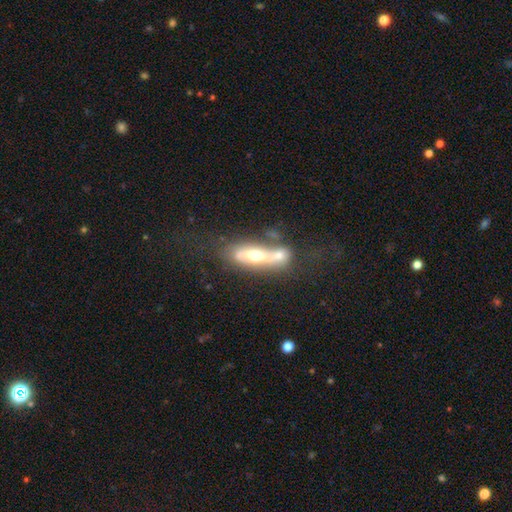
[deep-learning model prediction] The model was most divided on "edge-on disk": no: 55%, yes: 45%. Remaining: smooth or featured — featured or disk (57%); merging — merger (48%).